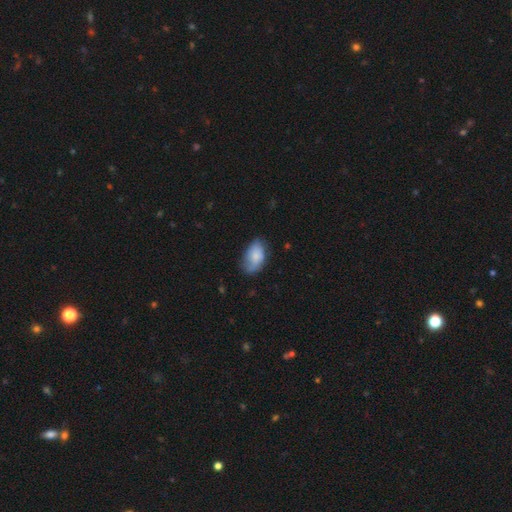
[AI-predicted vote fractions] Overall: smooth (78%). How rounded: in between (93%). Merging: none (59%; minor disturbance 31%).